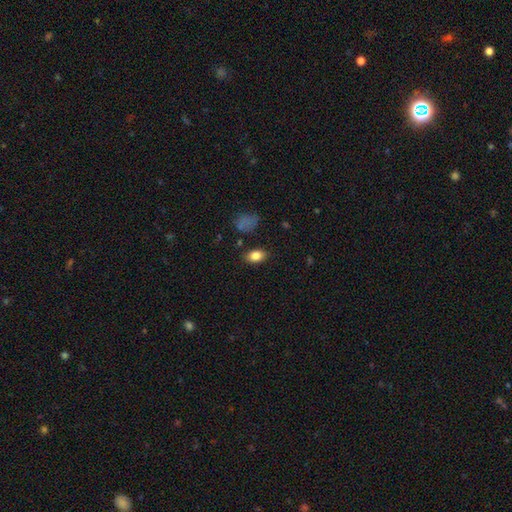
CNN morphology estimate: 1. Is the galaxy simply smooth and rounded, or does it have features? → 83% smooth, 9% star or artifact, 8% featured or disk.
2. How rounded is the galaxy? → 86% in between, 11% round, 2% cigar-shaped.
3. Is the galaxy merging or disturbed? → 82% none, 12% minor disturbance, 3% major disturbance, 2% merger.